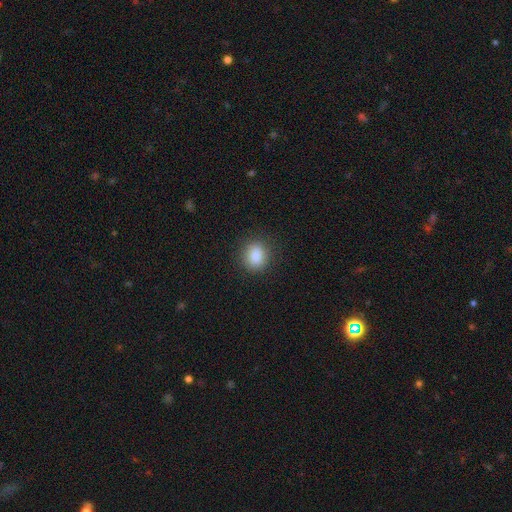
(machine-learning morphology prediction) A smooth galaxy with no disk features (87%) that is round (63%). Merging: none (86%).